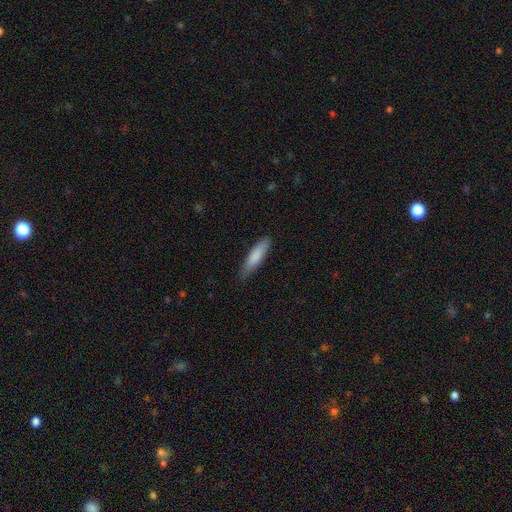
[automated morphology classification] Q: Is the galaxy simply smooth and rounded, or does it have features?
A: smooth — 82%.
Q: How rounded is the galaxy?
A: cigar-shaped — 71%.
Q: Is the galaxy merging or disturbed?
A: none — 80%.